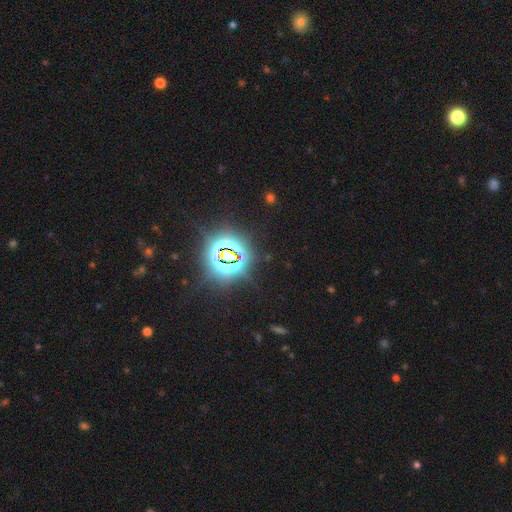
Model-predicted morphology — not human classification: Overall: star or artifact (86%).